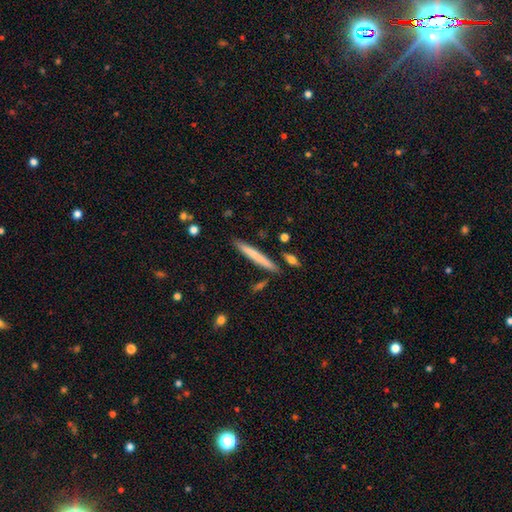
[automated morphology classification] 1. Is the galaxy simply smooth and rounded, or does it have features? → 68% smooth, 27% featured or disk, 6% star or artifact.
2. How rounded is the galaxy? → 96% cigar-shaped, 3% in between, 1% round.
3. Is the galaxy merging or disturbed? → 87% none, 8% minor disturbance, 3% merger, 2% major disturbance.